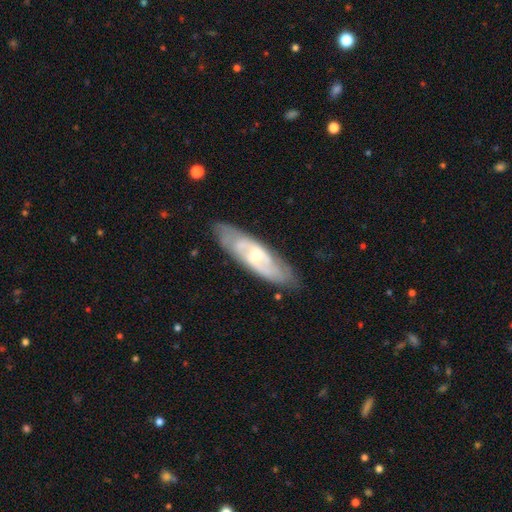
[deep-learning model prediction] A featured or disk galaxy (69%) with a weak bar (46%), spiral arms (80%) and a small central bulge (57%). Merging: none (79%).